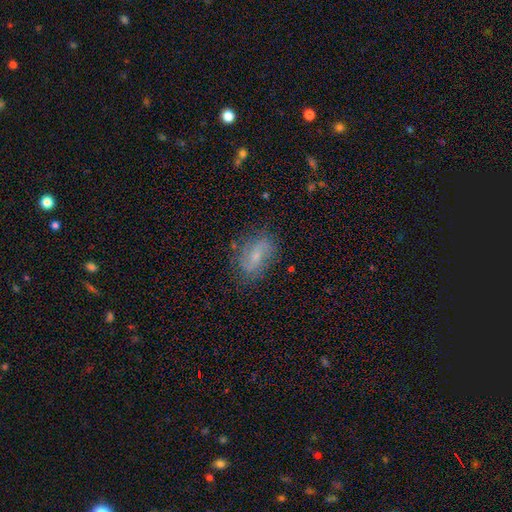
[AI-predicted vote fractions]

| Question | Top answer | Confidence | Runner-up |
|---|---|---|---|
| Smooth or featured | featured or disk | 55% | smooth (35%) |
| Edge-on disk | no | 95% | yes (5%) |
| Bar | no | 44% | weak (43%) |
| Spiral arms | yes | 81% | no (19%) |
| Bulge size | small | 61% | moderate (30%) |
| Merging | none | 74% | minor disturbance (18%) |